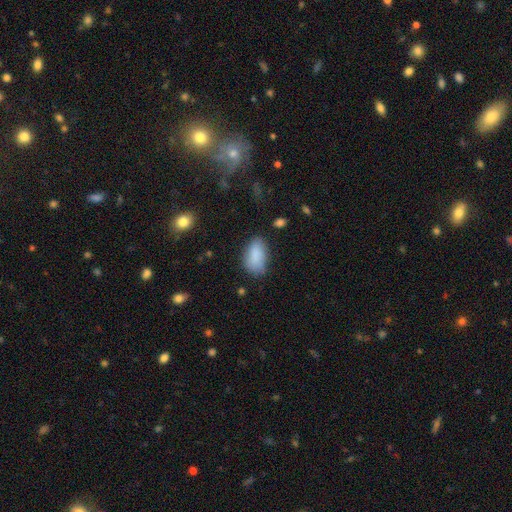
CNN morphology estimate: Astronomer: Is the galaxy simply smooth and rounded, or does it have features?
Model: smooth — 86%.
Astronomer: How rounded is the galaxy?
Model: in between — 93%.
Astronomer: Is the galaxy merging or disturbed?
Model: none — 70%.